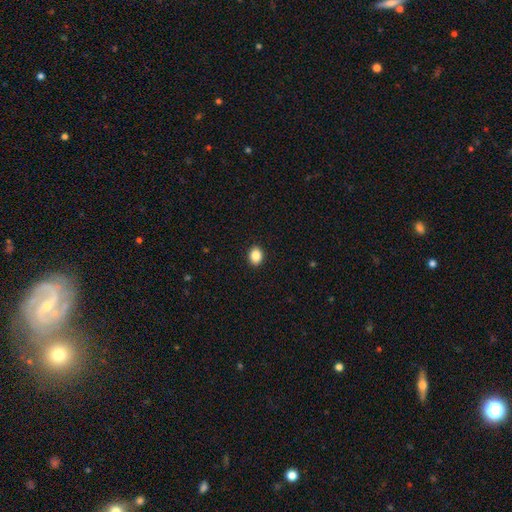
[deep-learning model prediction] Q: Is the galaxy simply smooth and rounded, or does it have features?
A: smooth — 87%.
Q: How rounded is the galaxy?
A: in between — 50%.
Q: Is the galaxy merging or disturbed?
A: none — 92%.